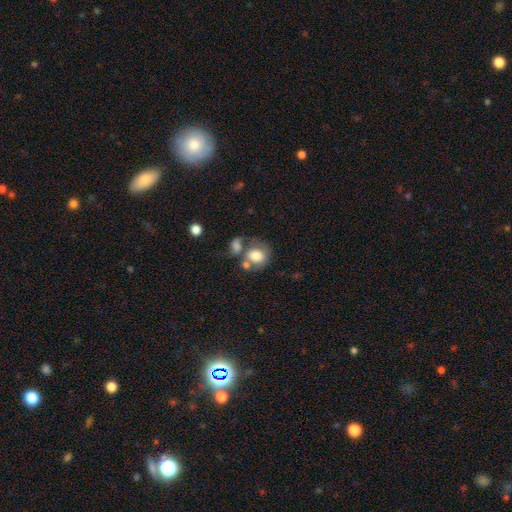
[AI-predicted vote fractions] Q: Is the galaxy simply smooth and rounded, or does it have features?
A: smooth — 74%.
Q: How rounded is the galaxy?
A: round — 54%.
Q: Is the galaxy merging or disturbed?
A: merger — 41%.